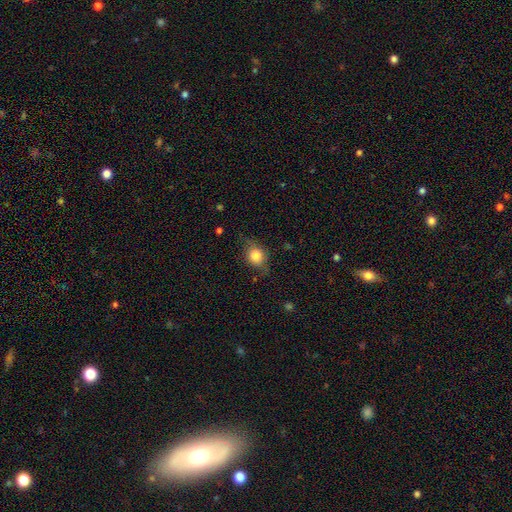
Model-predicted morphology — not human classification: Q: Smooth or featured?
A: smooth (77%); runner-up: featured or disk (14%)
Q: How rounded?
A: round (54%); runner-up: in between (44%)
Q: Merging?
A: none (68%); runner-up: minor disturbance (24%)